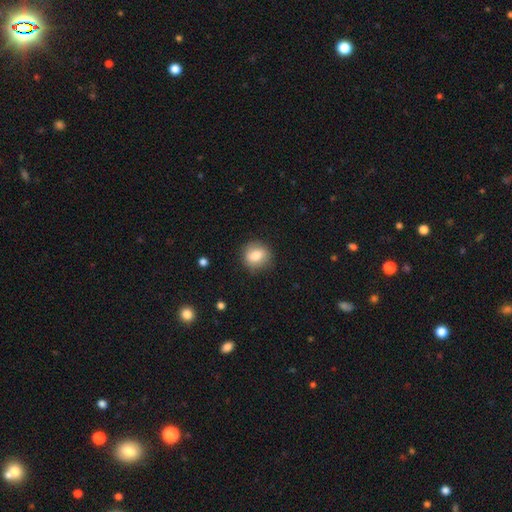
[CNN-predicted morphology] smooth 79%, featured or disk 13%, star or artifact 9%. Down the decision tree: how rounded — round (79%); merging — none (85%).